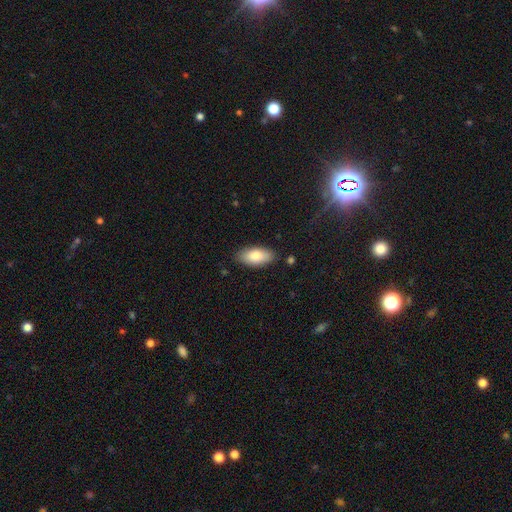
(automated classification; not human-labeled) Q: Smooth or featured?
A: smooth (82%); runner-up: featured or disk (12%)
Q: How rounded?
A: in between (90%); runner-up: cigar-shaped (7%)
Q: Merging?
A: none (86%); runner-up: minor disturbance (10%)